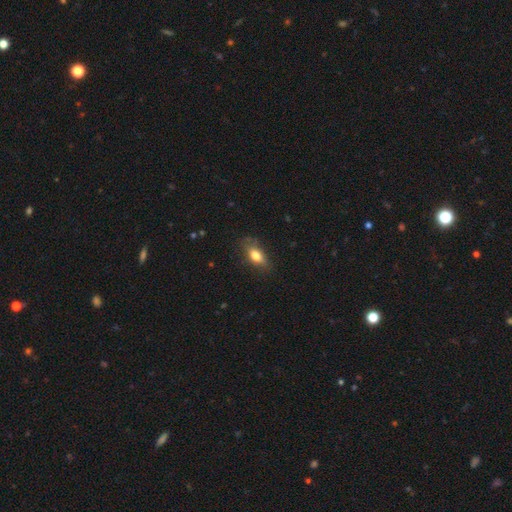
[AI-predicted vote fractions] Morphology: type=smooth (75%); roundness=in between (79%); merging=none (72%).